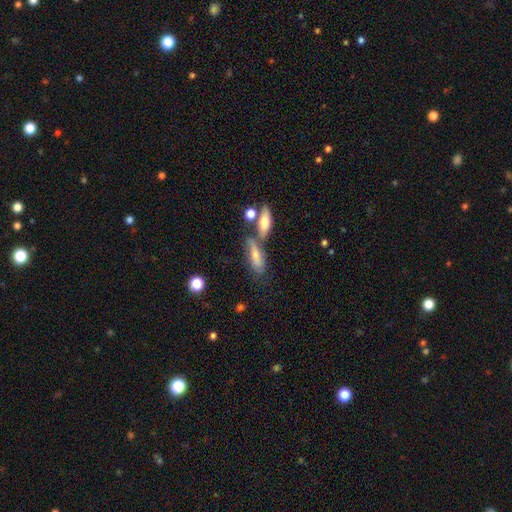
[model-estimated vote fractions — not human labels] Smooth or featured? smooth (66%)
How rounded? in between (62%)
Merging? none (40%)